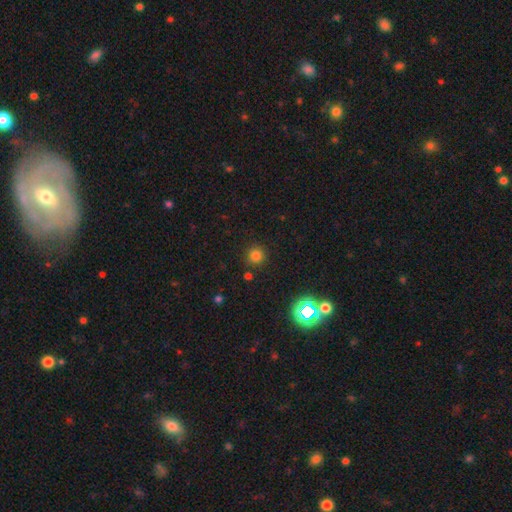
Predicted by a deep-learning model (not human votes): smooth_or_featured: smooth (p=0.76) [alt: star or artifact p=0.18]
how_rounded: round (p=0.93) [alt: in between p=0.06]
merging: none (p=0.86) [alt: minor disturbance p=0.08]